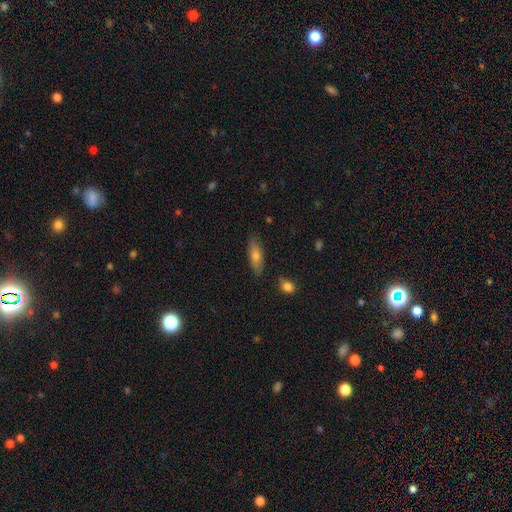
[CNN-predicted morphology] smooth_or_featured: smooth (p=0.65) [alt: featured or disk p=0.27]
how_rounded: in between (p=0.51) [alt: cigar-shaped p=0.46]
merging: none (p=0.84) [alt: minor disturbance p=0.12]